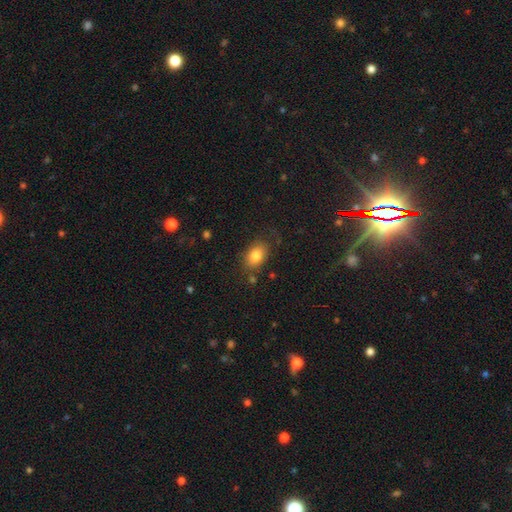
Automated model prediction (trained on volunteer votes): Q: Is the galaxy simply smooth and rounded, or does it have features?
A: smooth — 82%.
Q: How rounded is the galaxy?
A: in between — 83%.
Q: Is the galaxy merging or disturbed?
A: none — 75%.